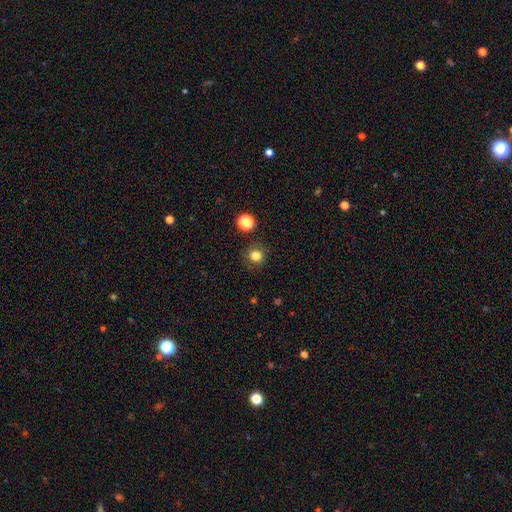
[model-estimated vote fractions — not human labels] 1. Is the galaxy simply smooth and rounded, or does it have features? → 82% smooth, 13% star or artifact, 5% featured or disk.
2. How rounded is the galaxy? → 87% round, 12% in between, 1% cigar-shaped.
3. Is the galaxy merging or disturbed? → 87% none, 8% minor disturbance, 3% major disturbance, 2% merger.